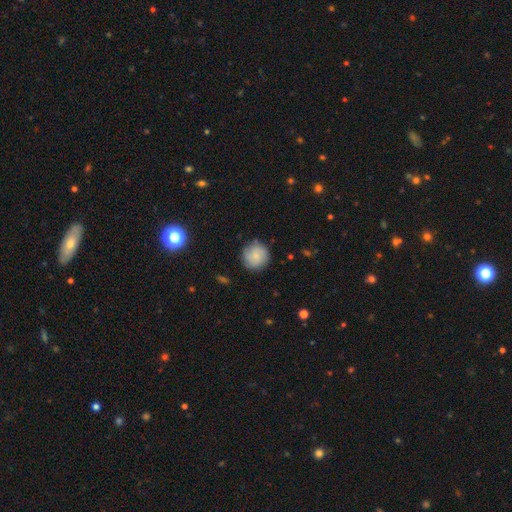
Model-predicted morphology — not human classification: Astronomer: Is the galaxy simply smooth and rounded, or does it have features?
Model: smooth — 77%.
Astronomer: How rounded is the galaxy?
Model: round — 94%.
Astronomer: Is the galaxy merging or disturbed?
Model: none — 86%.